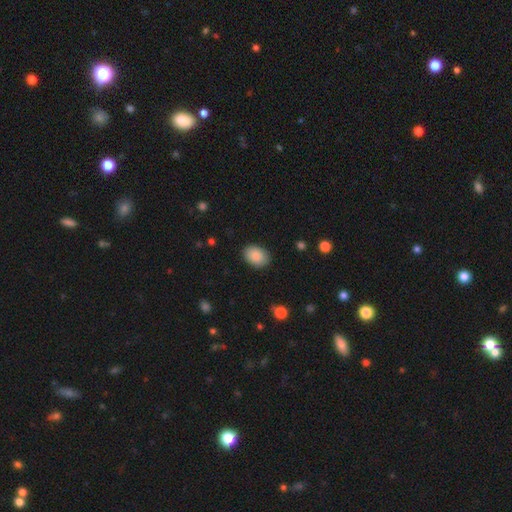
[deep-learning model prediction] Overall: smooth (85%). How rounded: in between (78%). Merging: none (86%).